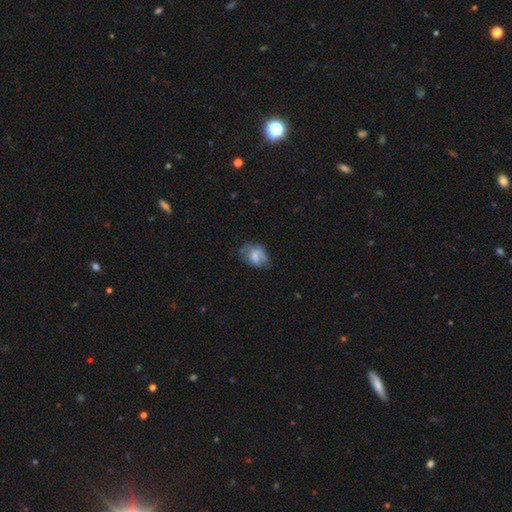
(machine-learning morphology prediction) Q: Smooth or featured?
A: smooth (60%); runner-up: featured or disk (31%)
Q: How rounded?
A: in between (70%); runner-up: round (28%)
Q: Merging?
A: none (42%); runner-up: minor disturbance (32%)